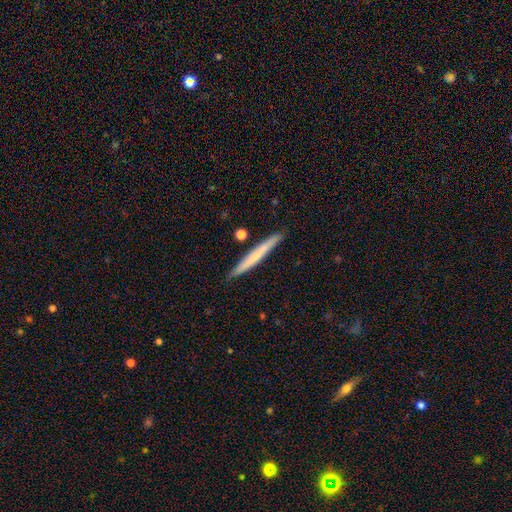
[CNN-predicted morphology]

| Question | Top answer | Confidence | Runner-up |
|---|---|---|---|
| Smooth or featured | smooth | 62% | featured or disk (32%) |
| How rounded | cigar-shaped | 97% | in between (2%) |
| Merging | none | 88% | minor disturbance (8%) |